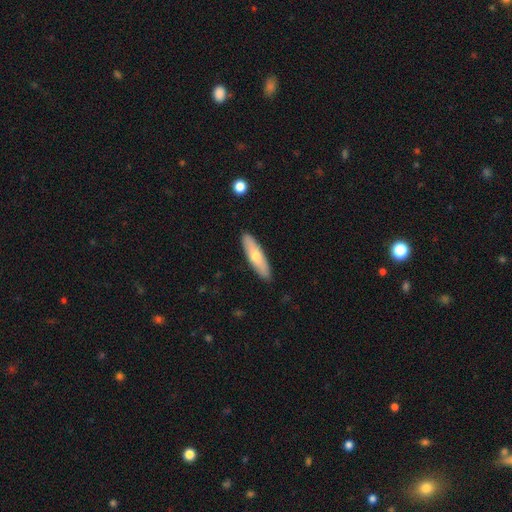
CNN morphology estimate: Smooth or featured? Predicted: smooth (p=0.61). How rounded? Predicted: cigar-shaped (p=0.66). Merging? Predicted: none (p=0.89).